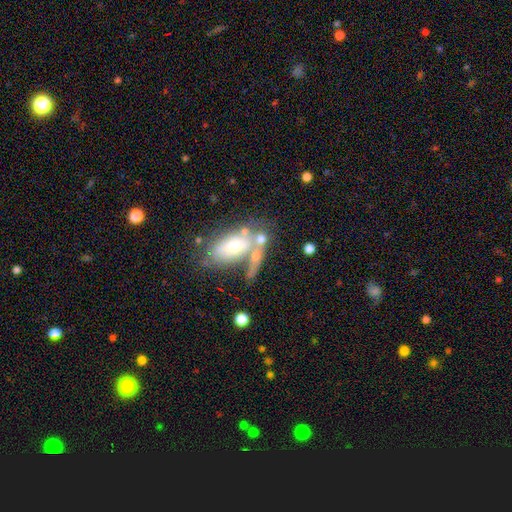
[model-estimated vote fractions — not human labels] A smooth galaxy with no disk features (58%) that is in between round and cigar-shaped (68%).

Vote fractions:
- Smooth or featured? smooth: 58% / featured or disk: 32% / star or artifact: 10%
- How rounded? in between: 68% / cigar-shaped: 21% / round: 11%
- Merging? none: 36% (tied) / merger: 36% (tied) / minor disturbance: 16% / major disturbance: 13%